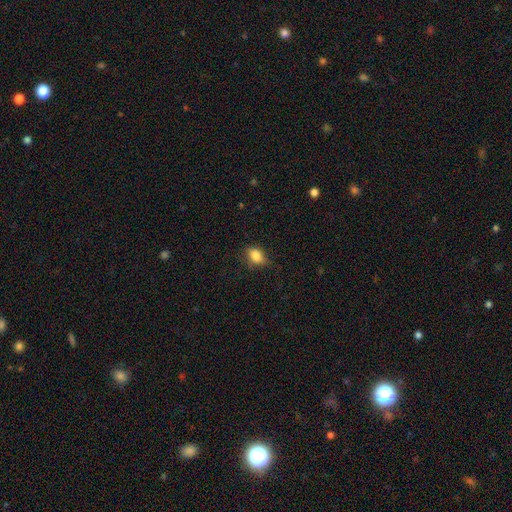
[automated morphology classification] smooth_or_featured: smooth (p=0.83) [alt: star or artifact p=0.09]
how_rounded: in between (p=0.74) [alt: round p=0.24]
merging: none (p=0.67) [alt: minor disturbance p=0.25]